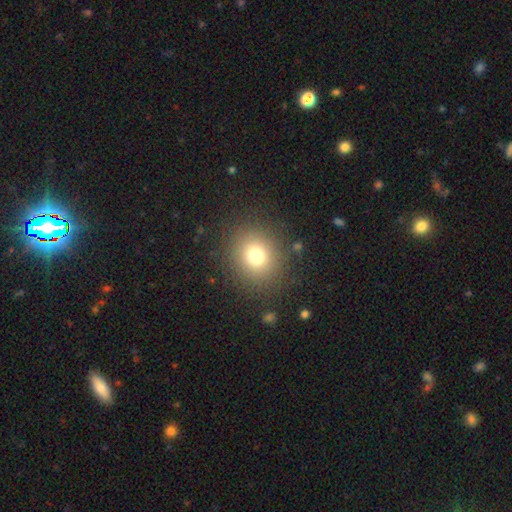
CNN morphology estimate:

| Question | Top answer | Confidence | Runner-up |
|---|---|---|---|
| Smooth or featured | smooth | 75% | star or artifact (16%) |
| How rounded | round | 85% | in between (15%) |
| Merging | none | 87% | minor disturbance (7%) |